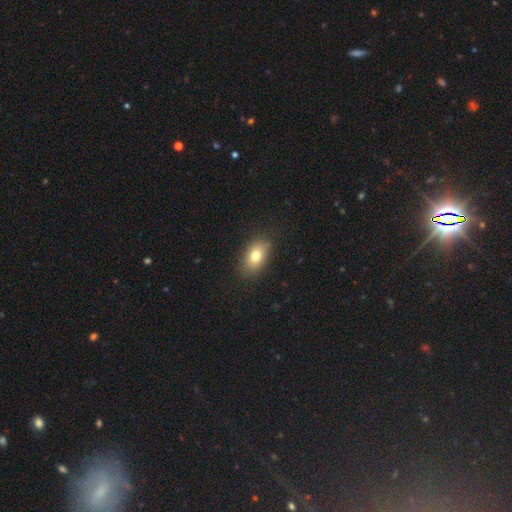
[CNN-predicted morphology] type=smooth (77%); roundness=in between (84%); merging=none (85%).